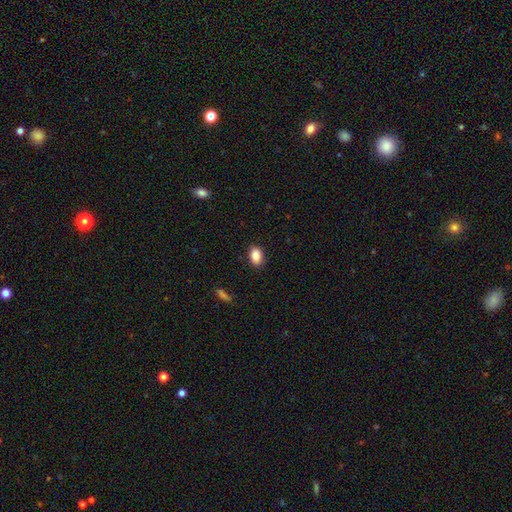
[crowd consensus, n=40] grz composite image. It shows a smooth galaxy with no disk features (82%) that is in between round and cigar-shaped (94%). Merging: none (92%).